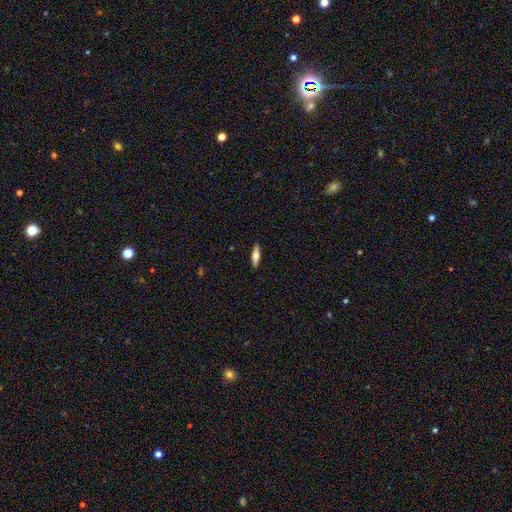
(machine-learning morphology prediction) smooth-or-featured: smooth: 55% | featured or disk: 39% | star or artifact: 7%
  how-rounded: cigar-shaped: 64% | in between: 33% | round: 2%
  merging: none: 90% | minor disturbance: 7% | major disturbance: 2% | merger: 1%